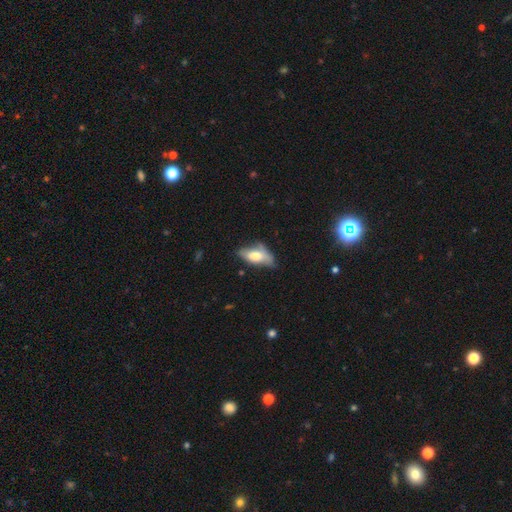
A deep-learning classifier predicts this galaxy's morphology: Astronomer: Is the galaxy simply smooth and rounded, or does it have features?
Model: smooth — 60%.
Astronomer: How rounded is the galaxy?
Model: in between — 84%.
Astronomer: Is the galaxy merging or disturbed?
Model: none — 37% (runner-up: minor disturbance, 36%).